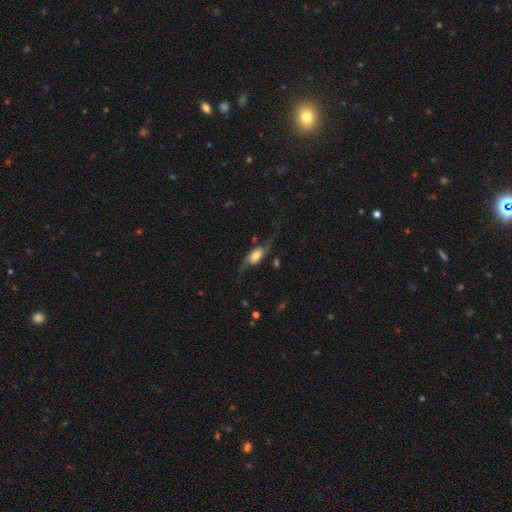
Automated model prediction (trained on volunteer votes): A featured or disk galaxy (69%) with no bar (51%), 2 (91%) loose (79%) spiral arms (91%) and a moderate central bulge (37%). Merging: none (60%).